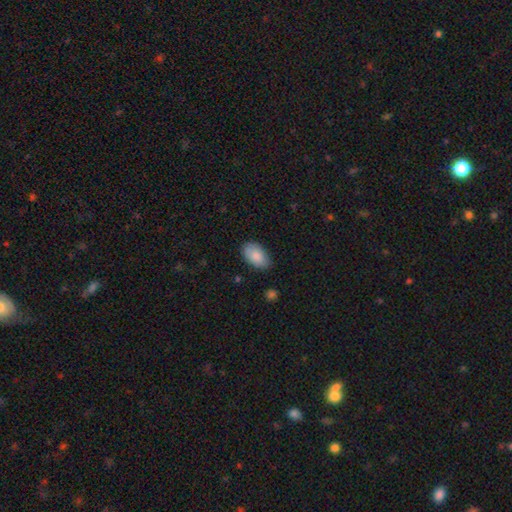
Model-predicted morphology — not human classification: smooth-or-featured: smooth: 87% | featured or disk: 7% | star or artifact: 6%
  how-rounded: in between: 94% | round: 4% | cigar-shaped: 1%
  merging: none: 81% | minor disturbance: 16% | major disturbance: 3% | merger: 1%